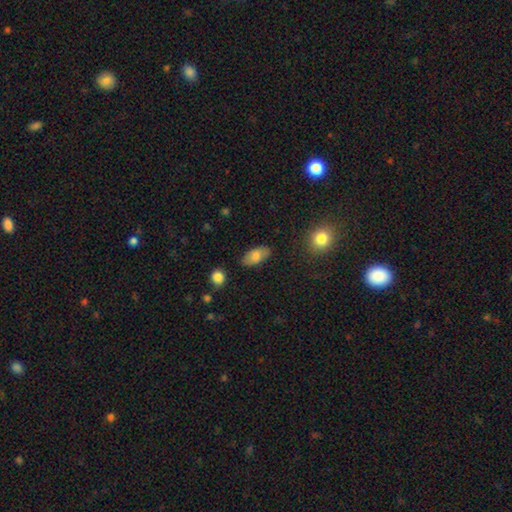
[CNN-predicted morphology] Smooth or featured: smooth — 79% (featured or disk — 14%)
How rounded: in between — 92% (cigar-shaped — 5%)
Merging: none — 83% (minor disturbance — 12%)